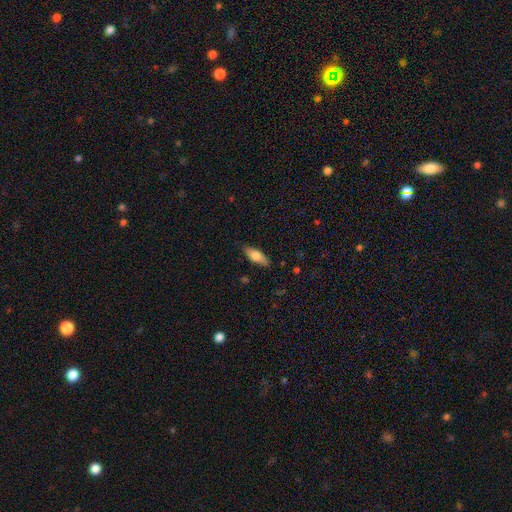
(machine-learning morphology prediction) A smooth galaxy with no disk features (73%) that is in between round and cigar-shaped (70%). Merging: none (86%).